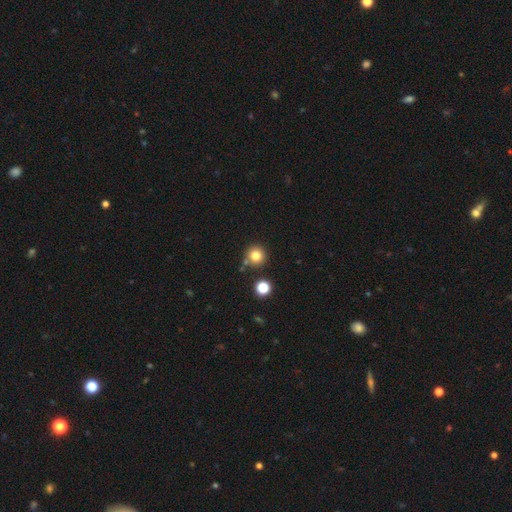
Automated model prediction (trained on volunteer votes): smooth_or_featured: smooth (p=0.81) [alt: star or artifact p=0.13]
how_rounded: round (p=0.94) [alt: in between p=0.05]
merging: none (p=0.80) [alt: merger p=0.09]